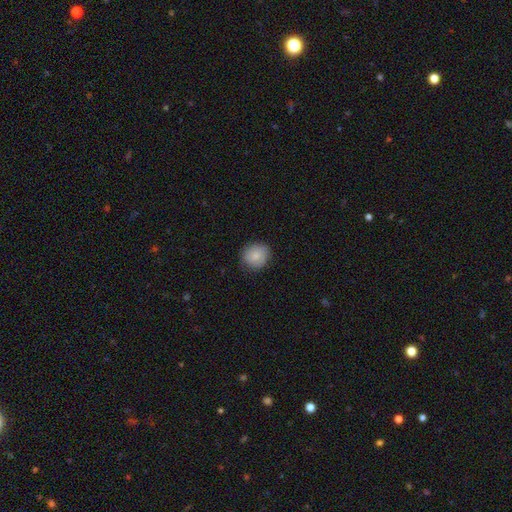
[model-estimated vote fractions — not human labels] The model was most divided on "merging": none: 83%, minor disturbance: 13%, major disturbance: 3%, merger: 1%. More confident: how rounded — round (86%); smooth or featured — smooth (84%).